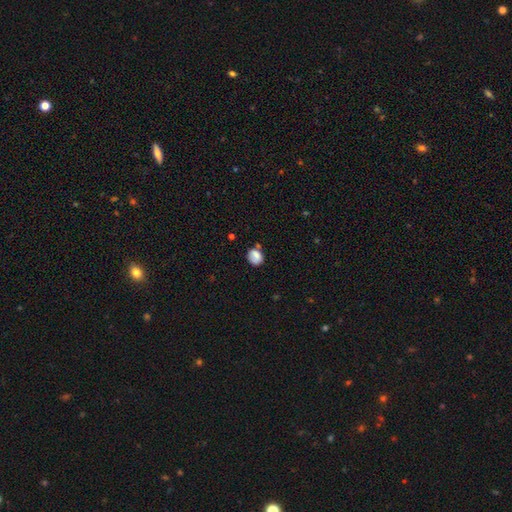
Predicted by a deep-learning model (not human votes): Smooth or featured? smooth (80%)
How rounded? round (55%)
Merging? none (62%)